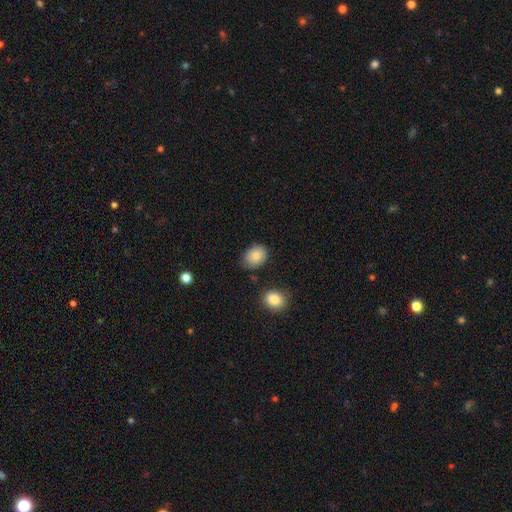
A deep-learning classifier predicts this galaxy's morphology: type=smooth (85%); roundness=in between (59%); merging=none (74%).